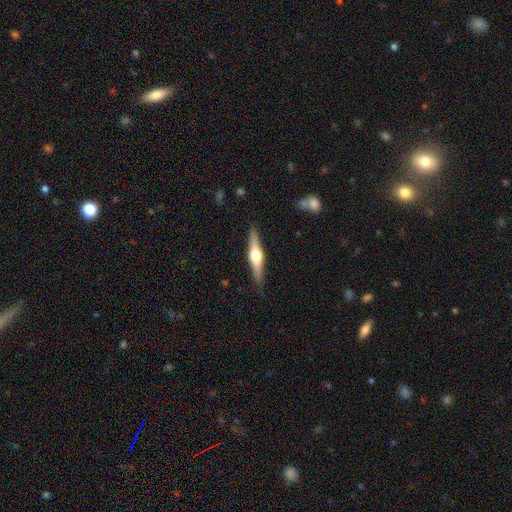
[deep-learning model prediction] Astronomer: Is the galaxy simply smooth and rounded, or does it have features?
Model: featured or disk — 68%.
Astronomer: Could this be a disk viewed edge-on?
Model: yes — 97%.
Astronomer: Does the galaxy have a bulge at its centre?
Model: rounded — 94%.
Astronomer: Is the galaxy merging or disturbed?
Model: none — 89%.